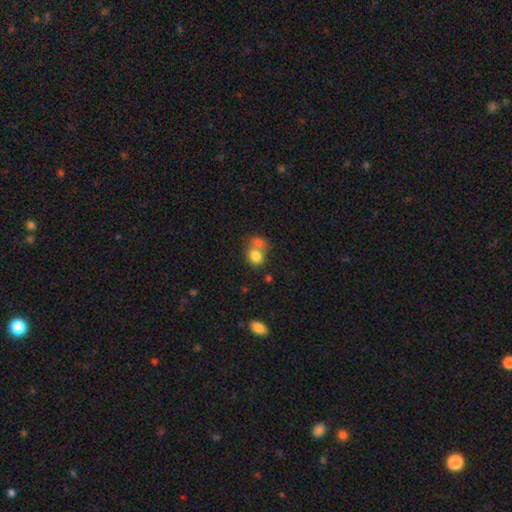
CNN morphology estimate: A smooth galaxy with no disk features (79%) that is round (58%).

Vote fractions:
- Smooth or featured? smooth: 79% / star or artifact: 10% / featured or disk: 10%
- How rounded? round: 58% / in between: 41% / cigar-shaped: 1%
- Merging? merger: 49% / none: 35% / minor disturbance: 10% / major disturbance: 6%